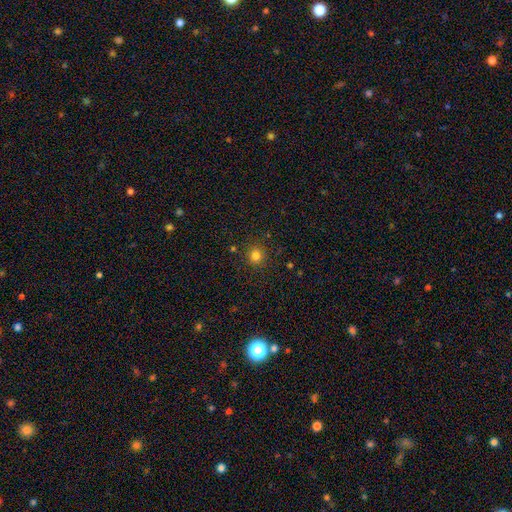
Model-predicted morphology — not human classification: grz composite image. It shows a smooth galaxy with no disk features (81%) that is round (91%). Merging: none (89%).